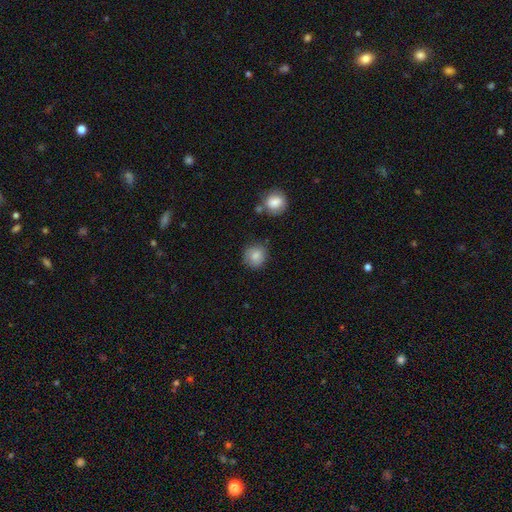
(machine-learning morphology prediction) The model was most divided on "merging": none: 76%, minor disturbance: 17%, major disturbance: 4%, merger: 4%. More confident: how rounded — round (85%); smooth or featured — smooth (80%).